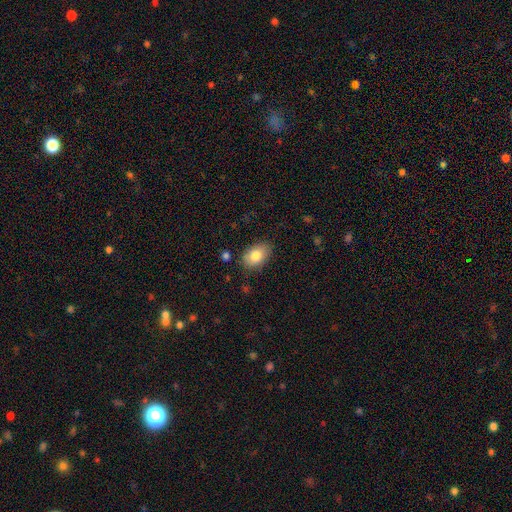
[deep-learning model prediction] smooth_or_featured: smooth (p=0.81) [alt: featured or disk p=0.11]
how_rounded: in between (p=0.88) [alt: round p=0.11]
merging: none (p=0.83) [alt: minor disturbance p=0.13]